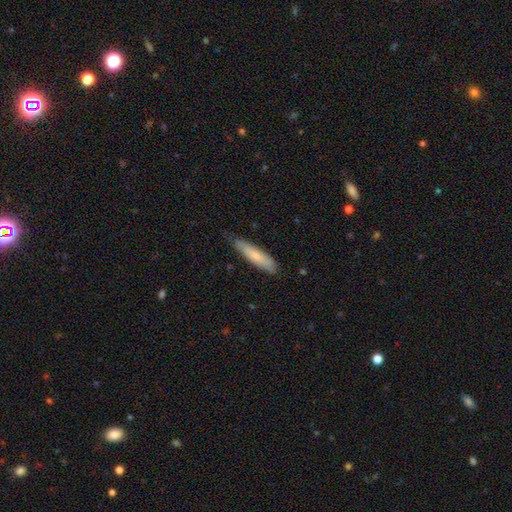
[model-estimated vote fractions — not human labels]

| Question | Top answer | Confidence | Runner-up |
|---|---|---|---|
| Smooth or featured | smooth | 72% | featured or disk (22%) |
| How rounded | cigar-shaped | 78% | in between (21%) |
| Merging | none | 72% | minor disturbance (24%) |